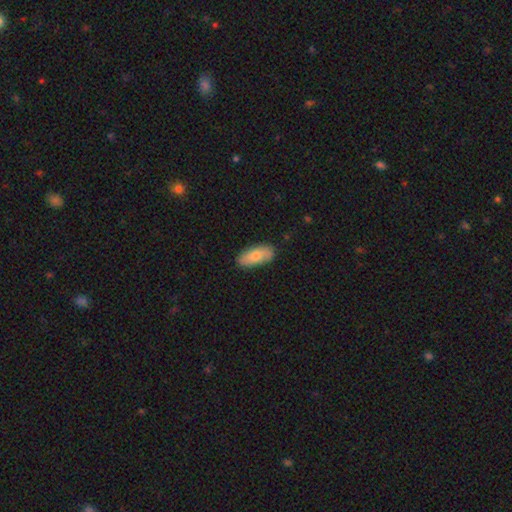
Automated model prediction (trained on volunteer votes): Smooth or featured?
  - smooth: 74% *
  - featured or disk: 20%
  - star or artifact: 6%
How rounded?
  - in between: 84% *
  - cigar-shaped: 13%
  - round: 3%
Merging?
  - none: 83% *
  - minor disturbance: 13%
  - major disturbance: 2%
  - merger: 1%